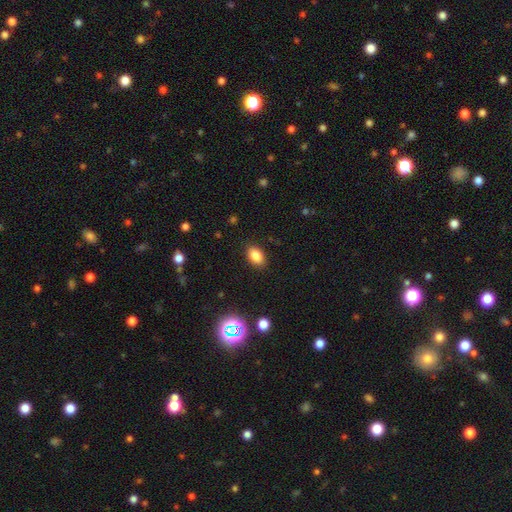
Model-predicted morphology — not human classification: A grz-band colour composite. It shows a smooth galaxy with no disk features (84%) that is in between round and cigar-shaped (85%). Merging: none (88%).